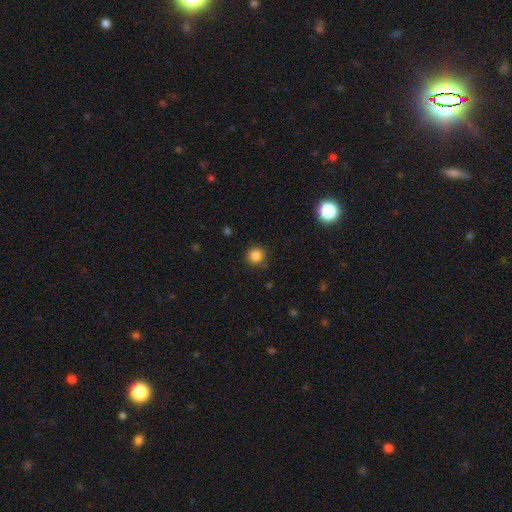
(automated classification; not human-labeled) Overall: smooth (85%). How rounded: round (92%). Merging: none (88%).